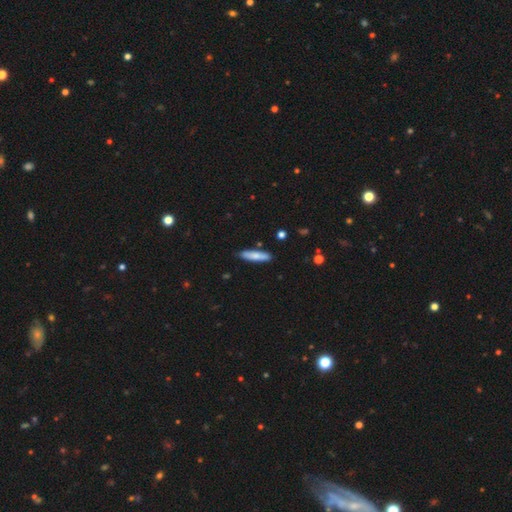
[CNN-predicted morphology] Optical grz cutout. It shows a smooth galaxy with no disk features (75%) that is cigar-shaped (76%). Merging: none (86%).